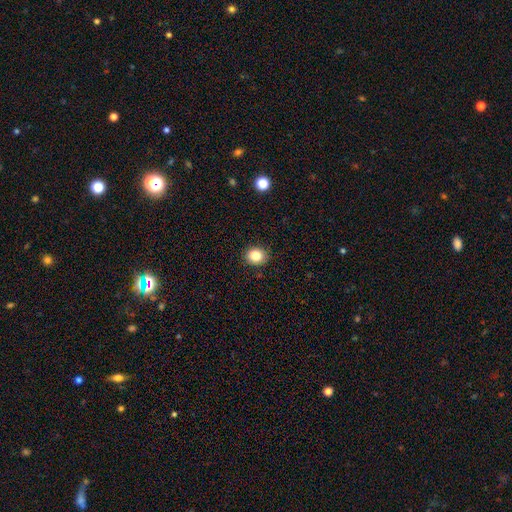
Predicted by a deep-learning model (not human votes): Smooth or featured? Predicted: smooth (p=0.83). How rounded? Predicted: round (p=0.70). Merging? Predicted: none (p=0.90).